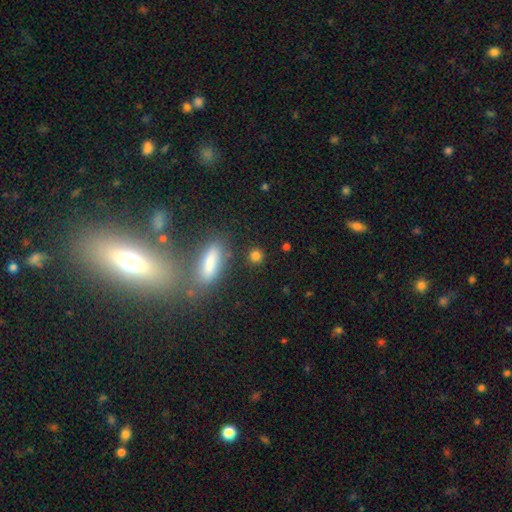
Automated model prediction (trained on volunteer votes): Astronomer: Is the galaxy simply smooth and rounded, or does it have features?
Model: smooth — 80%.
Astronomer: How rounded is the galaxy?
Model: round — 79%.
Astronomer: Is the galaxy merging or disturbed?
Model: none — 81%.